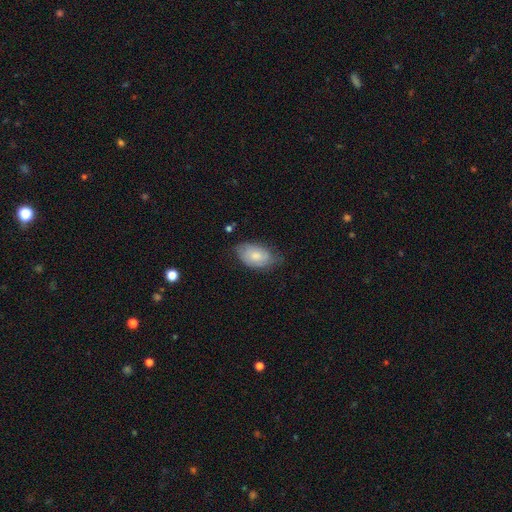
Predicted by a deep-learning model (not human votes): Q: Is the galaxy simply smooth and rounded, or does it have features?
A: smooth — 60%.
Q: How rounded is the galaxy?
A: in between — 92%.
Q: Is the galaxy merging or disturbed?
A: none — 59%.